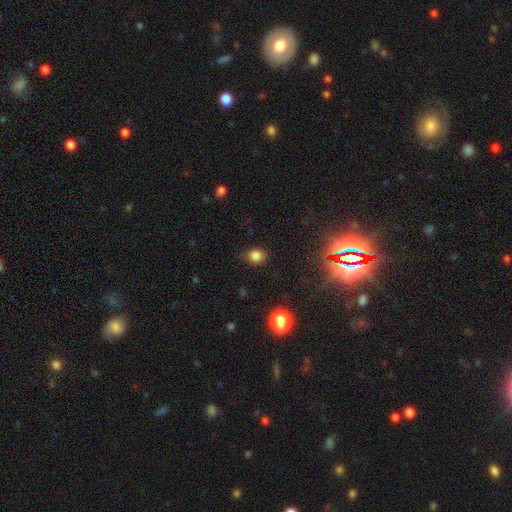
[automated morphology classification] This is clearly a smooth galaxy (81%). How rounded: likely round (69%). Merging: likely none (76%).